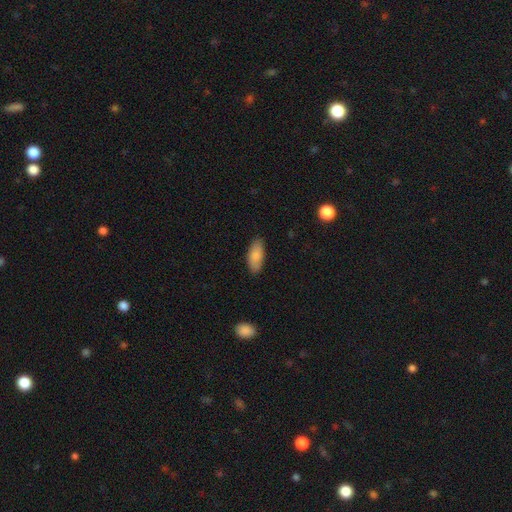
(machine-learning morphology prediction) type=smooth (86%); roundness=in between (83%); merging=none (86%).